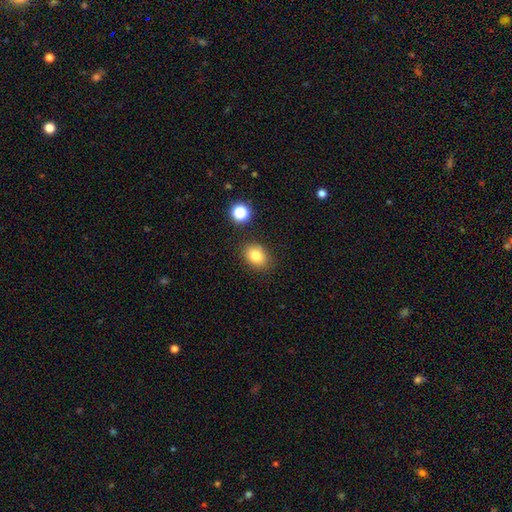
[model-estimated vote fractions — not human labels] smooth-or-featured: smooth: 80% | star or artifact: 11% | featured or disk: 9%
  how-rounded: in between: 64% | round: 35% | cigar-shaped: 1%
  merging: none: 82% | minor disturbance: 11% | merger: 4% | major disturbance: 3%